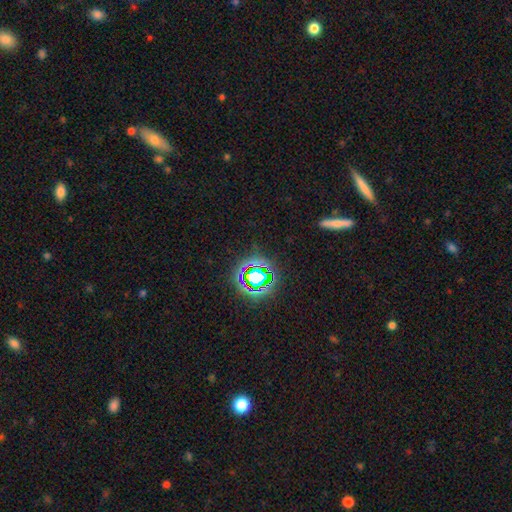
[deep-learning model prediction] Q: Smooth or featured?
A: star or artifact (72%); runner-up: smooth (17%)